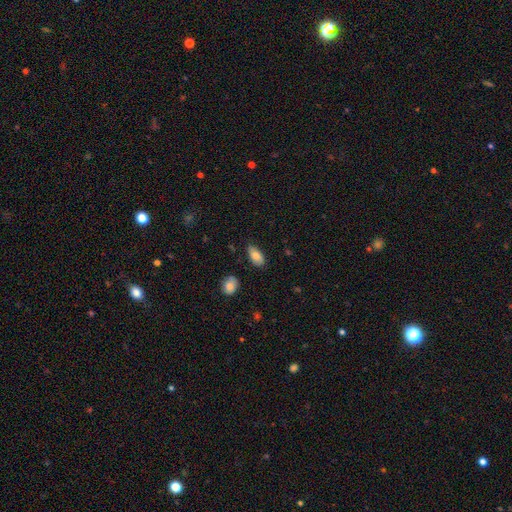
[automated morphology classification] smooth-or-featured: smooth: 80% | featured or disk: 13% | star or artifact: 7%
  how-rounded: in between: 93% | cigar-shaped: 4% | round: 3%
  merging: none: 78% | minor disturbance: 18% | major disturbance: 3% | merger: 2%